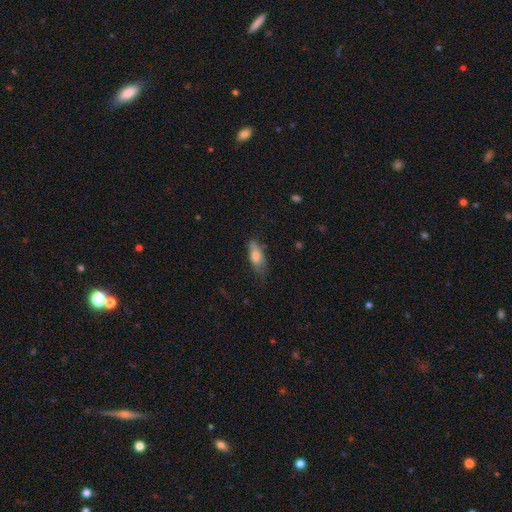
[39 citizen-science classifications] This is likely a smooth galaxy (69%). How rounded: clearly in between (81%). Merging: likely none (61%).